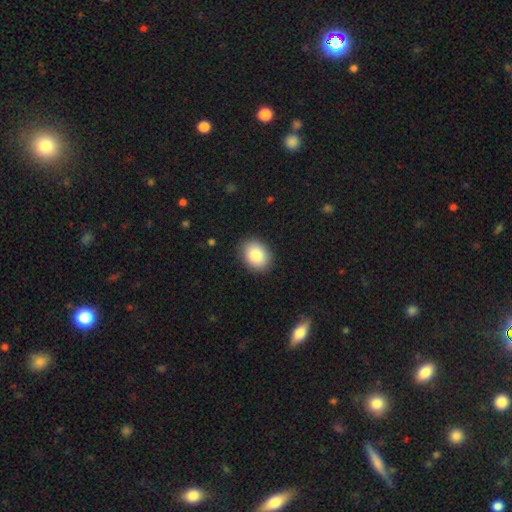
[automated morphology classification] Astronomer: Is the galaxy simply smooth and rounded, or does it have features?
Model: smooth — 87%.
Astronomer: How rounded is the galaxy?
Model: in between — 61% (runner-up: round, 38%).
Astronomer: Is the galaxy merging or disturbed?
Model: none — 88%.